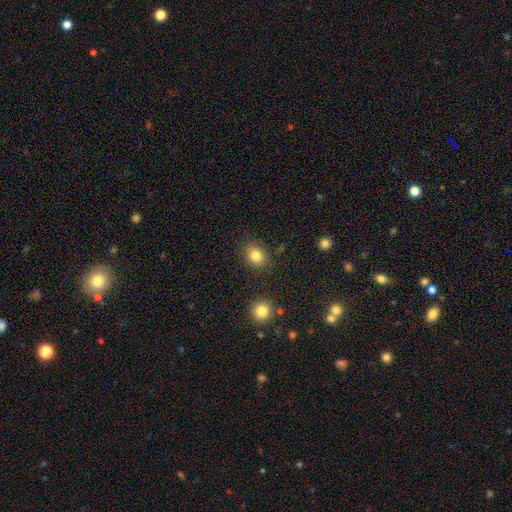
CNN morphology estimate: Smooth or featured: smooth — 84% (star or artifact — 11%)
How rounded: round — 64% (in between — 35%)
Merging: none — 85% (minor disturbance — 10%)